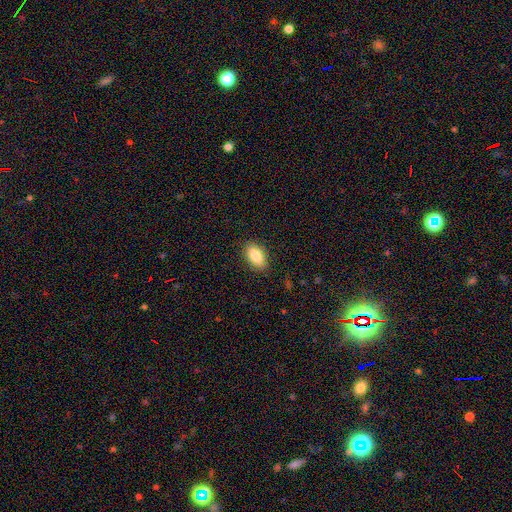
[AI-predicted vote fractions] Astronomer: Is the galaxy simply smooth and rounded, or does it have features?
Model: smooth — 86%.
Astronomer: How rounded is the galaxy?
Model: in between — 92%.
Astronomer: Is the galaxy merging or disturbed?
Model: none — 87%.